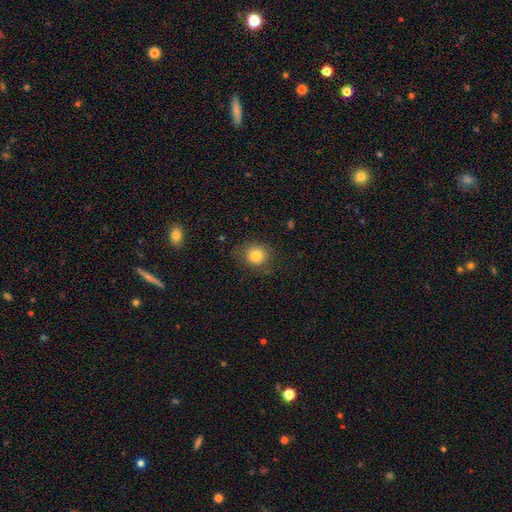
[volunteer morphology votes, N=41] This is clearly a smooth galaxy (85%). How rounded: likely round (71%). Merging: clearly none (85%).